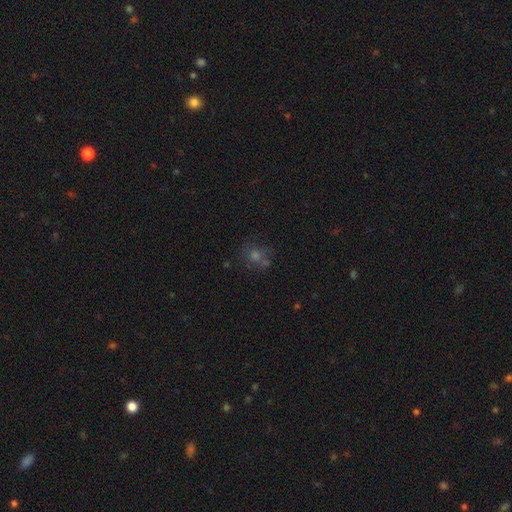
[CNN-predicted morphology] The model was most divided on "smooth or featured": smooth: 49%, star or artifact: 33%, featured or disk: 18%. More confident: merging — none (66%).